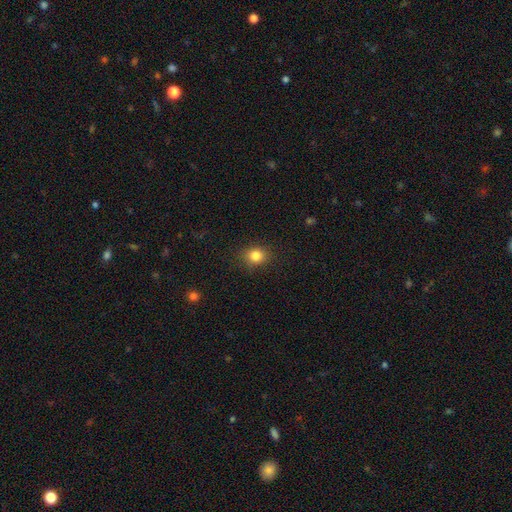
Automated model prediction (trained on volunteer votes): Morphology: type=smooth (83%); roundness=round (66%); merging=none (86%).